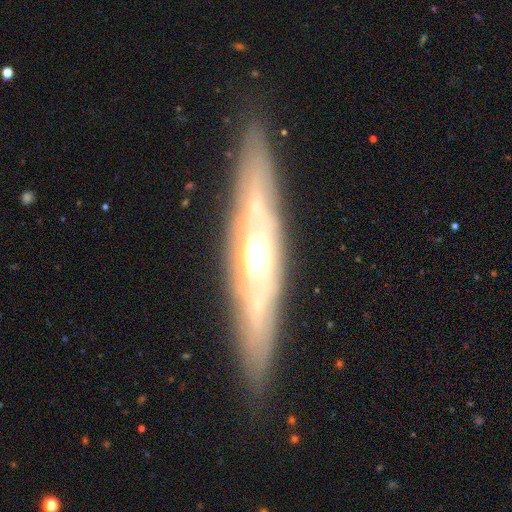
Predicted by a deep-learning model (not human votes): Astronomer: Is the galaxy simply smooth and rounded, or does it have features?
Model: featured or disk — 77%.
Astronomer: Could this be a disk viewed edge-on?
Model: yes — 57% (runner-up: no, 43%).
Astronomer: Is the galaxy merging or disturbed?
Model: none — 81%.